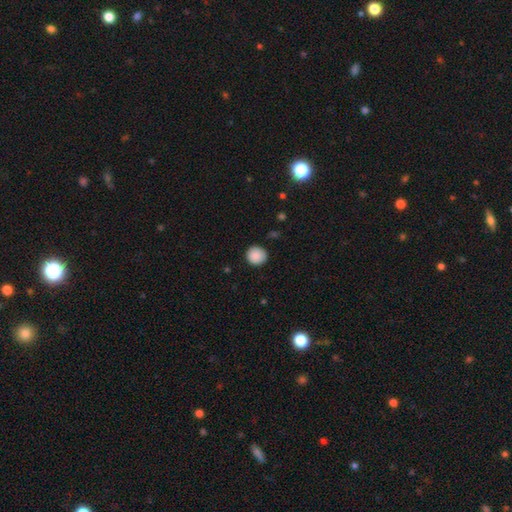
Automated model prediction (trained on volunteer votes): A smooth galaxy with no disk features (89%) that is round (93%). Merging: none (90%).